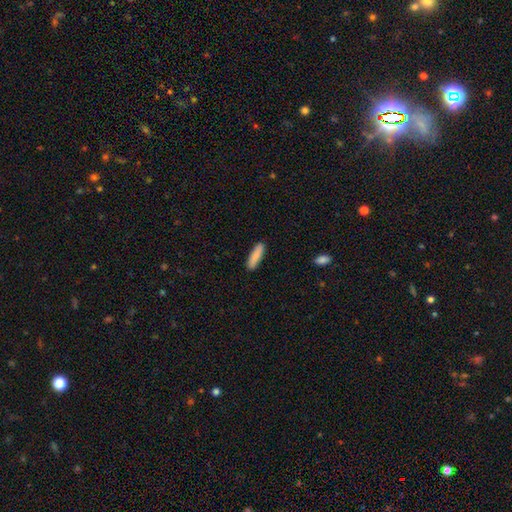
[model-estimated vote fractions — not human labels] The model was most divided on "how rounded": cigar-shaped: 74%, in between: 25%, round: 1%. More confident: merging — none (90%); smooth or featured — smooth (86%).